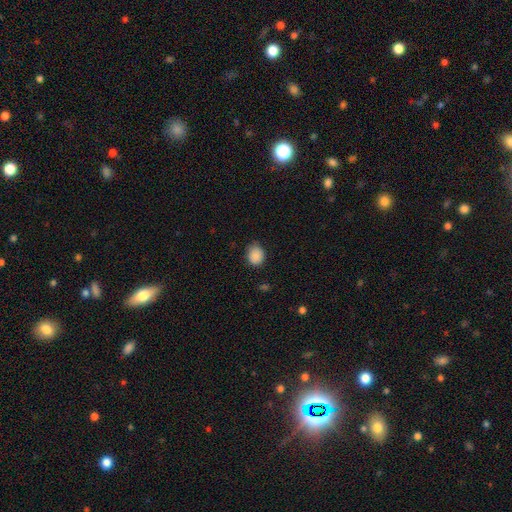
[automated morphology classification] A smooth galaxy with no disk features (88%) that is round (54%).

Vote fractions:
- Smooth or featured? smooth: 88% / star or artifact: 9% / featured or disk: 3%
- How rounded? round: 54% / in between: 45% / cigar-shaped: 1%
- Merging? none: 73% / minor disturbance: 22% / major disturbance: 4% / merger: 1%